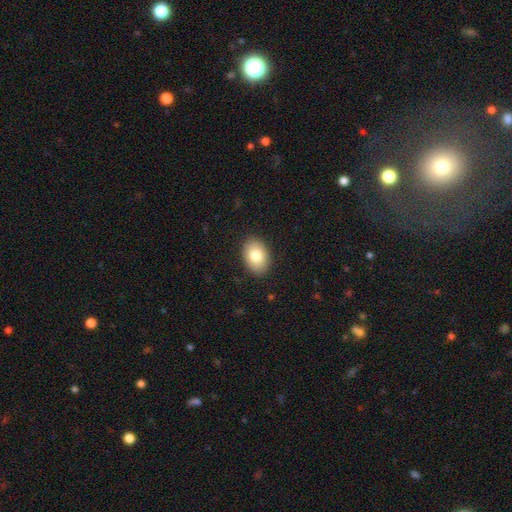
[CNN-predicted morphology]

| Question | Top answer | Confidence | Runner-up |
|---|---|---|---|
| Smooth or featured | smooth | 81% | featured or disk (12%) |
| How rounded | in between | 84% | round (15%) |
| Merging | none | 89% | minor disturbance (8%) |